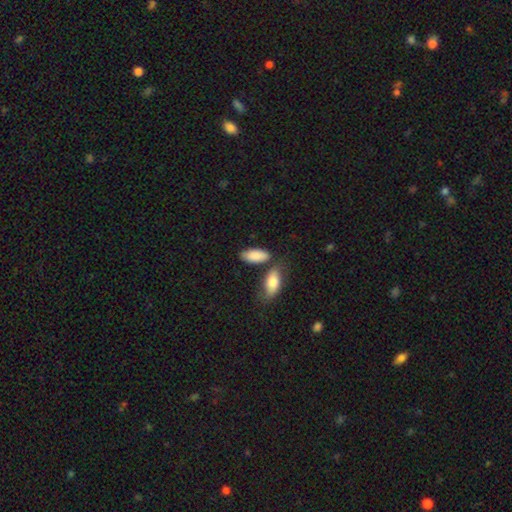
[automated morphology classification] This appears to be a smooth galaxy with no disk features (88%) that is in between round and cigar-shaped (88%). Merging: none (64%).